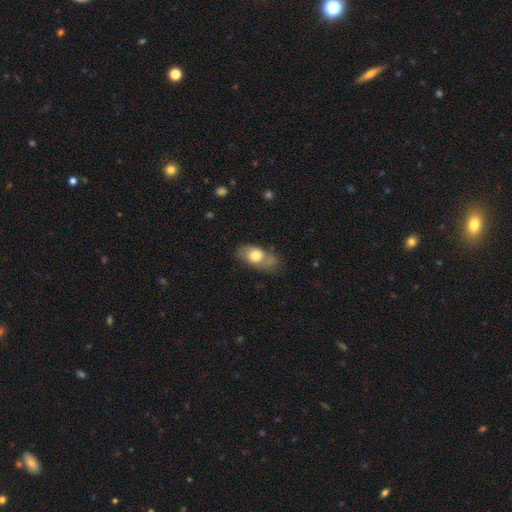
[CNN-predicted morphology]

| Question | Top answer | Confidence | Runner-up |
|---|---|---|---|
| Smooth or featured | smooth | 66% | featured or disk (28%) |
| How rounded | in between | 87% | round (9%) |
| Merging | none | 58% | minor disturbance (28%) |